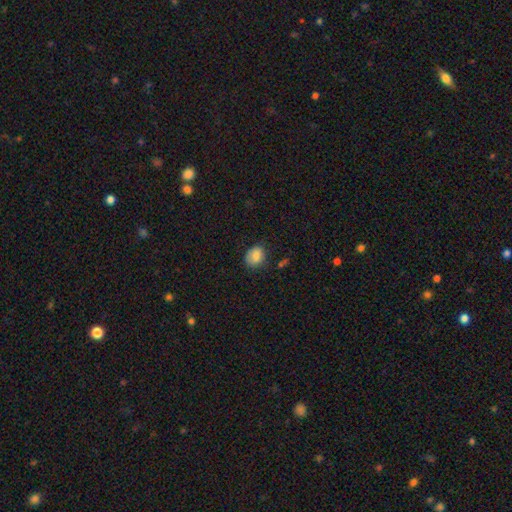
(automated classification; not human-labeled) Smooth or featured? Predicted: smooth (p=0.82). How rounded? Predicted: in between (p=0.53). Merging? Predicted: none (p=0.69).